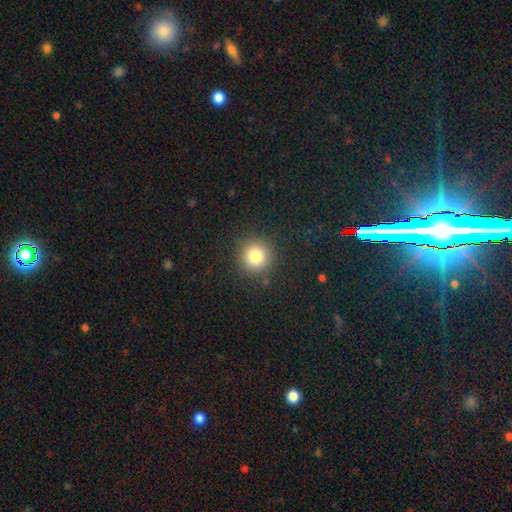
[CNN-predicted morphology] type=smooth (81%); roundness=round (94%); merging=none (90%).